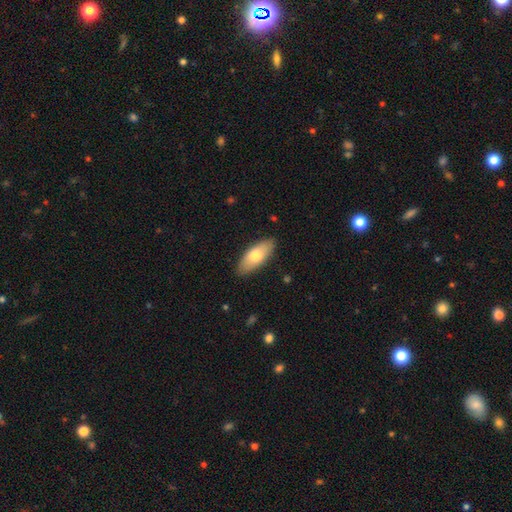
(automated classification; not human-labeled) Overall: smooth (72%). How rounded: in between (79%). Merging: none (87%).